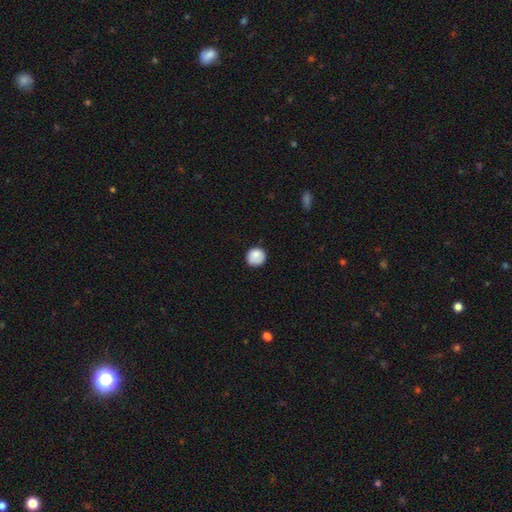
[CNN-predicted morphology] A smooth galaxy with no disk features (85%) that is round (90%). Merging: none (79%).